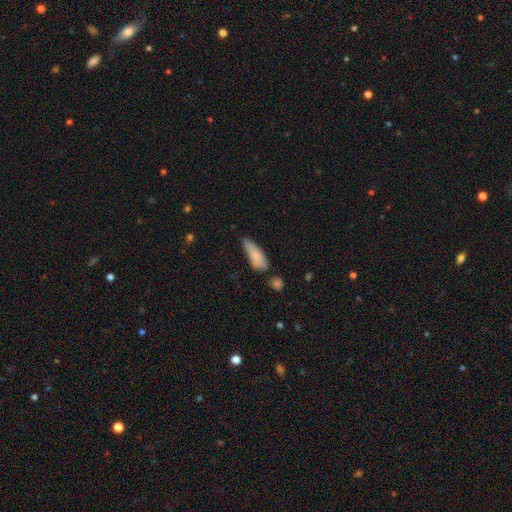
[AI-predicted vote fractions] Morphology: type=smooth (82%); roundness=in between (58%); merging=none (46%).